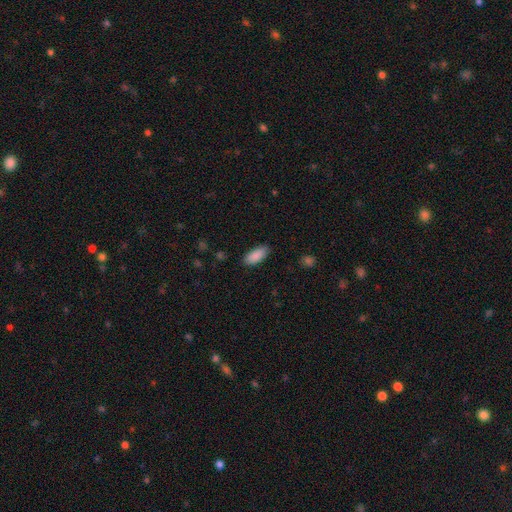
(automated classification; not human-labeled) Morphology: type=smooth (90%); roundness=in between (87%); merging=none (86%).